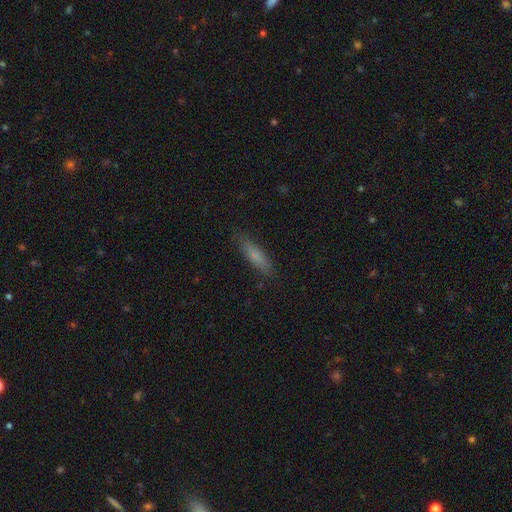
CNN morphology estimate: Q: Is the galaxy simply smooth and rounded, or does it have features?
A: smooth — 72%.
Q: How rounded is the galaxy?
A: cigar-shaped — 75%.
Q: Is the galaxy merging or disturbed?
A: none — 85%.